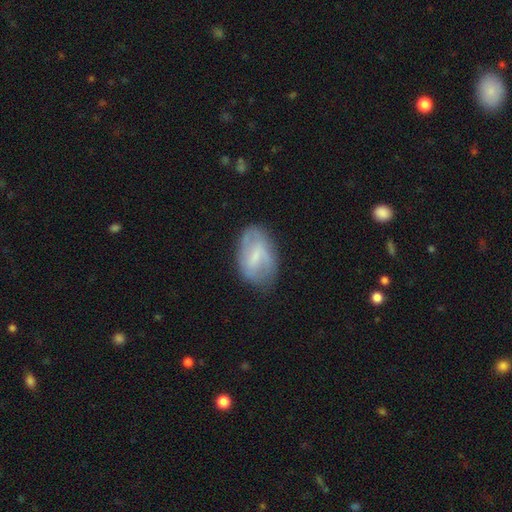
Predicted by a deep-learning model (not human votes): Smooth or featured? Predicted: featured or disk (p=0.59). Edge-on disk? Predicted: no (p=0.96). Bar? Predicted: weak (p=0.55). Spiral arms? Predicted: yes (p=0.75). Bulge size? Predicted: small (p=0.45). Merging? Predicted: none (p=0.68).